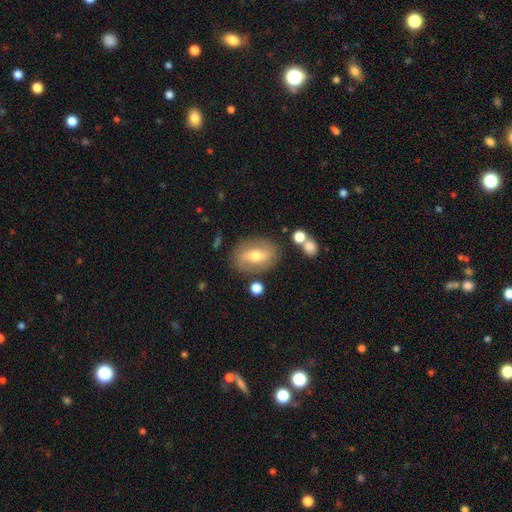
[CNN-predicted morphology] Smooth or featured? Predicted: featured or disk (p=0.50). Edge-on disk? Predicted: no (p=0.87). Merging? Predicted: none (p=0.80).